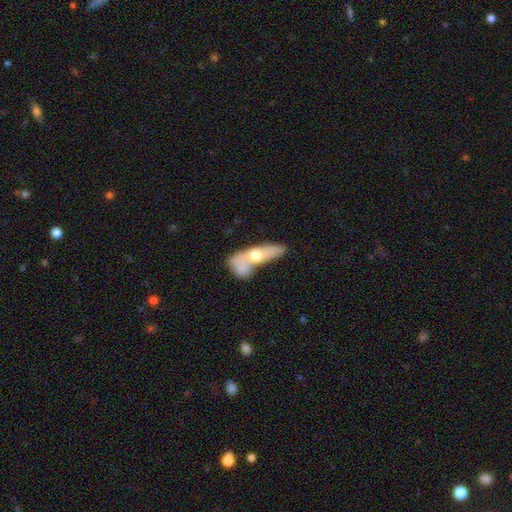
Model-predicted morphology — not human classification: type=smooth (55%); roundness=in between (50%); merging=merger (55%).